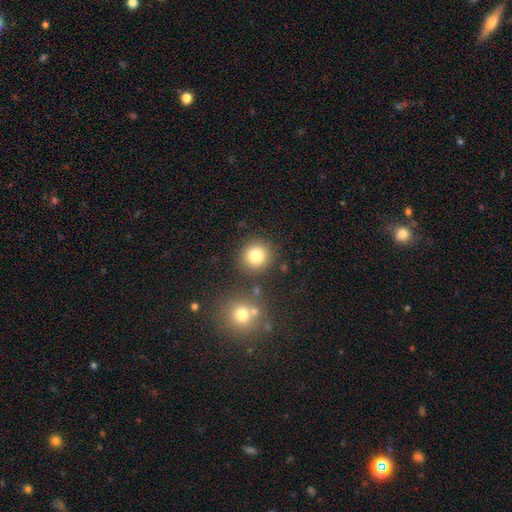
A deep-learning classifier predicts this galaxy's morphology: Smooth or featured? Predicted: smooth (p=0.80). How rounded? Predicted: round (p=0.91). Merging? Predicted: none (p=0.82).